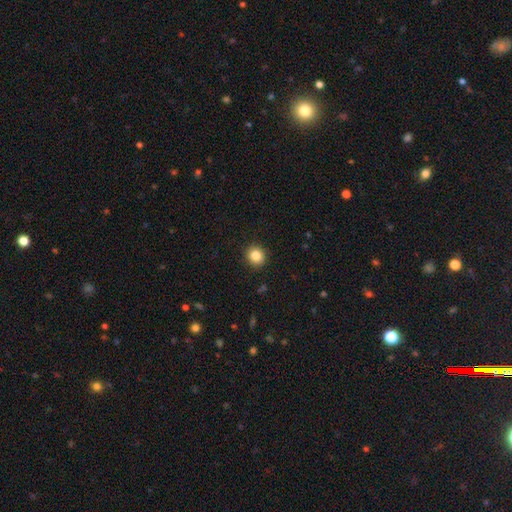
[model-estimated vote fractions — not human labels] A smooth galaxy with no disk features (85%) that is round (88%).

Vote fractions:
- Smooth or featured? smooth: 85% / star or artifact: 10% / featured or disk: 5%
- How rounded? round: 88% / in between: 11% / cigar-shaped: 1%
- Merging? none: 92% / minor disturbance: 5% / major disturbance: 2% / merger: 1%